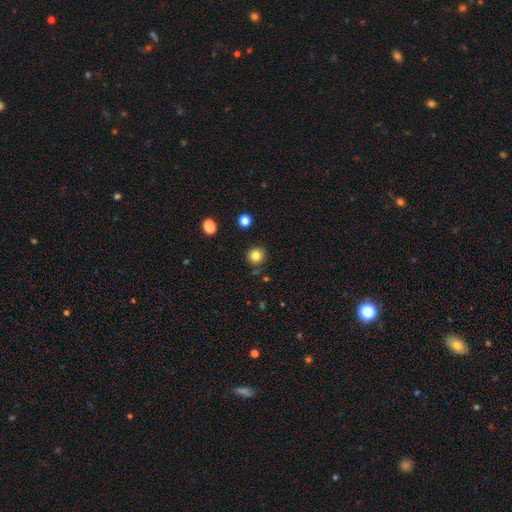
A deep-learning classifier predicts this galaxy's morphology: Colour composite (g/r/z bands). It shows a smooth galaxy with no disk features (81%) that is round (93%). Merging: none (87%).